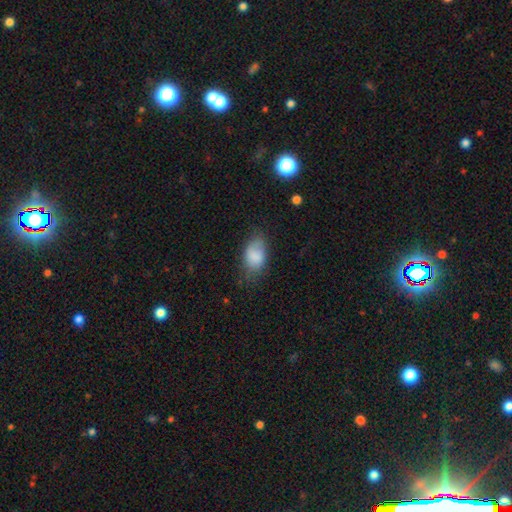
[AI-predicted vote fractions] Smooth or featured?
  - smooth: 81% *
  - featured or disk: 11%
  - star or artifact: 8%
How rounded?
  - in between: 90% *
  - round: 9%
  - cigar-shaped: 2%
Merging?
  - none: 54% *
  - minor disturbance: 31%
  - major disturbance: 12%
  - merger: 2%